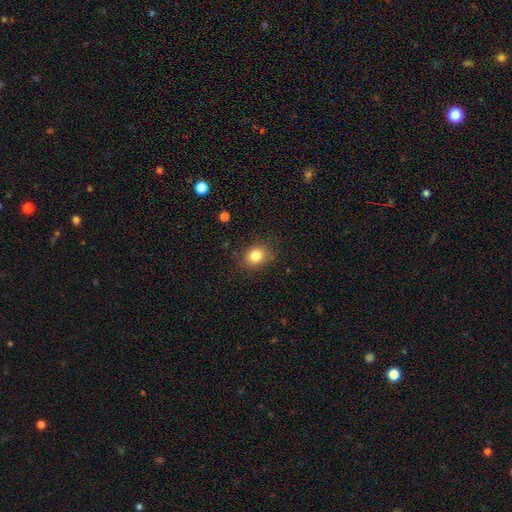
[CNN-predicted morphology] A smooth galaxy with no disk features (82%) that is round (59%). Merging: none (84%).